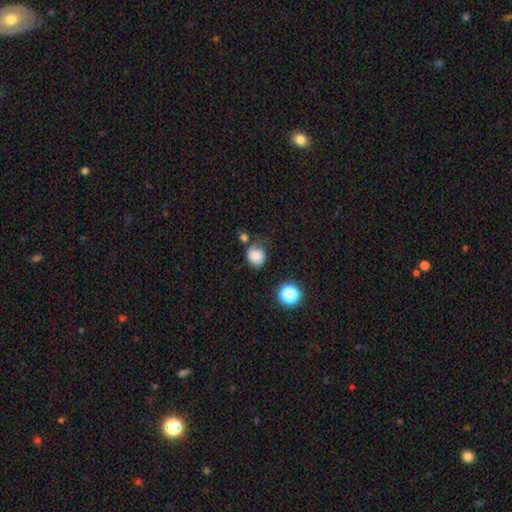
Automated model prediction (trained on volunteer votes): Q: Smooth or featured?
A: smooth (79%); runner-up: star or artifact (12%)
Q: How rounded?
A: round (73%); runner-up: in between (26%)
Q: Merging?
A: none (56%); runner-up: minor disturbance (25%)